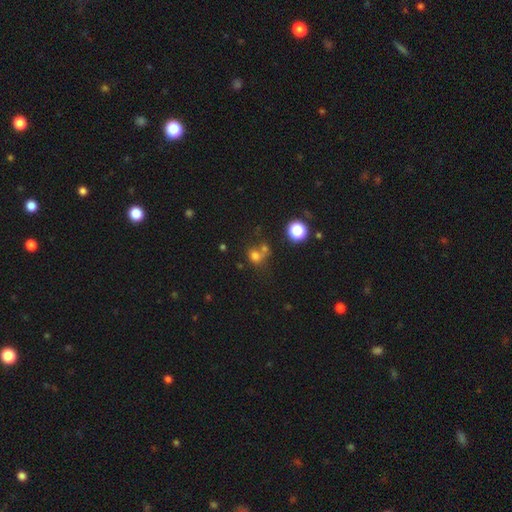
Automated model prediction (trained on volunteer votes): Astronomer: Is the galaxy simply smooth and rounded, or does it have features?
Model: smooth — 70%.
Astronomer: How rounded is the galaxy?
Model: round — 70%.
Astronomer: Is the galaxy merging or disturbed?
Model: none — 44% (runner-up: merger, 40%).